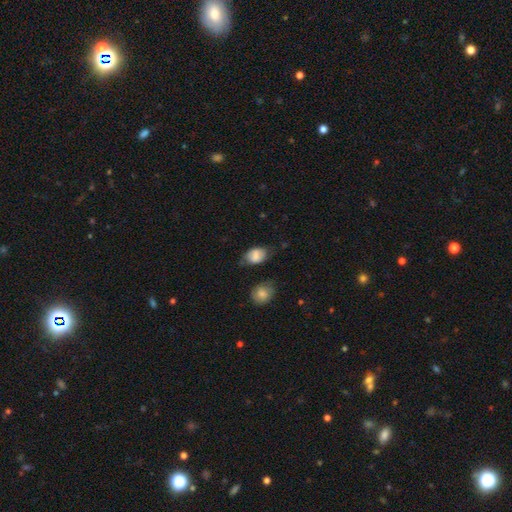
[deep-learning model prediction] smooth 73%, featured or disk 18%, star or artifact 8%. Down the decision tree: how rounded — in between (79%); merging — none (57%).